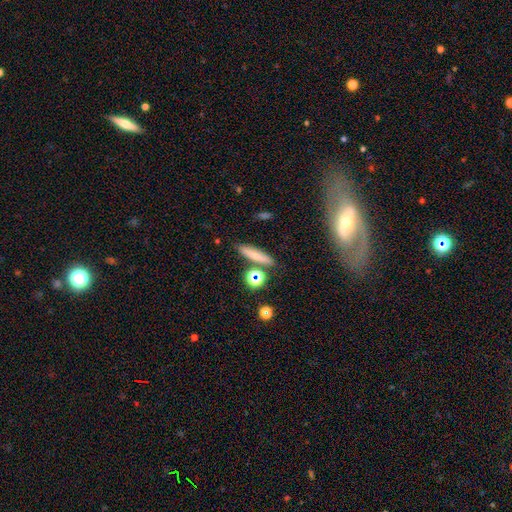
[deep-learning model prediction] Smooth or featured? Predicted: smooth (p=0.68). How rounded? Predicted: cigar-shaped (p=0.73). Merging? Predicted: none (p=0.80).